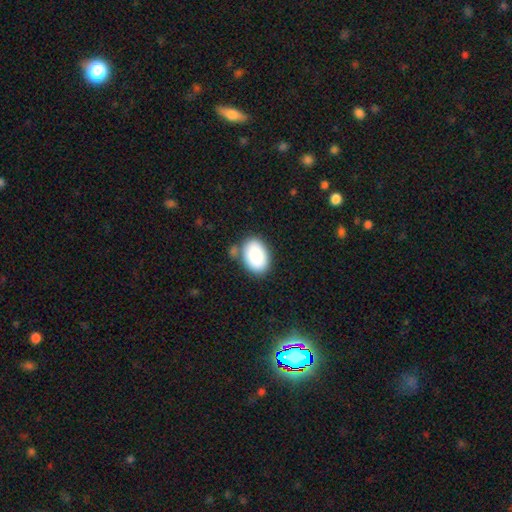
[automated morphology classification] Smooth or featured? Predicted: smooth (p=0.89). How rounded? Predicted: in between (p=0.88). Merging? Predicted: none (p=0.73).